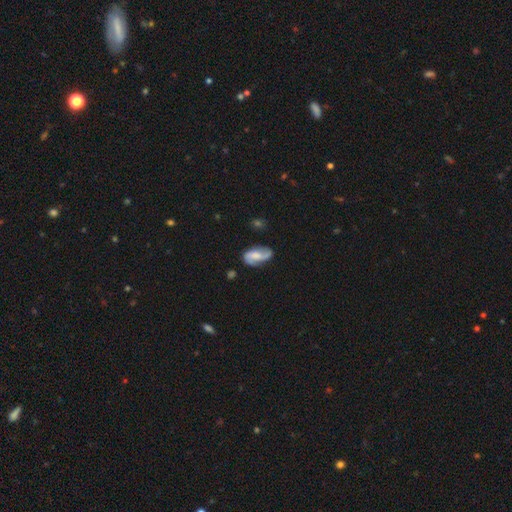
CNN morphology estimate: Q: Smooth or featured?
A: featured or disk (71%); runner-up: smooth (23%)
Q: Edge-on disk?
A: no (96%); runner-up: yes (4%)
Q: Bar?
A: weak (42%); tied with: no (42%)
Q: Spiral arms?
A: yes (94%); runner-up: no (6%)
Q: Spiral winding?
A: loose (58%); runner-up: medium (31%)
Q: Spiral arm count?
A: 2 (89%); runner-up: can't tell (4%)
Q: Bulge size?
A: moderate (32%); runner-up: small (29%)
Q: Merging?
A: none (70%); runner-up: minor disturbance (20%)